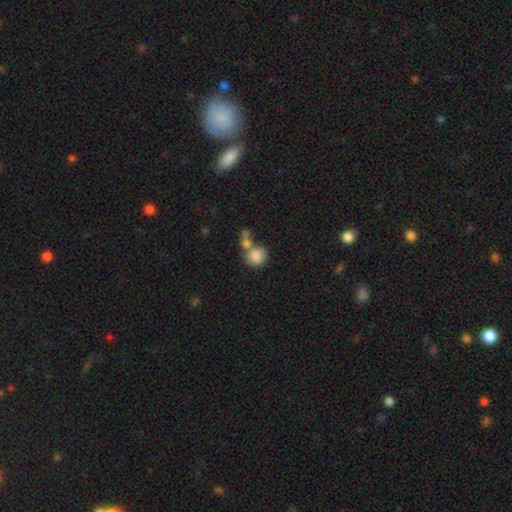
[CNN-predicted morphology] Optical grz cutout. It shows a smooth galaxy with no disk features (84%) that is round (84%). Merging: merger (43%).